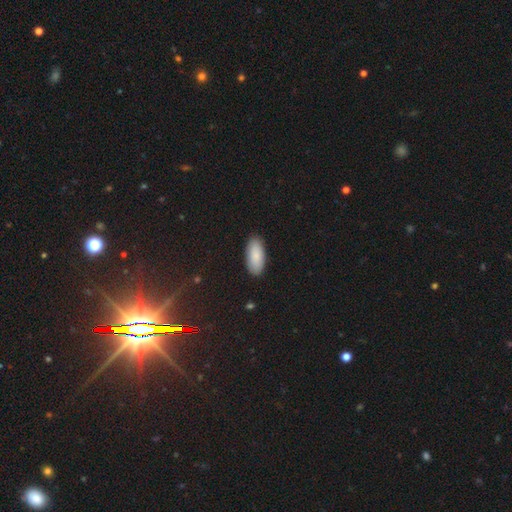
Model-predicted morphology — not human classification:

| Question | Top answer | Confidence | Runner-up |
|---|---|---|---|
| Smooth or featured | smooth | 88% | featured or disk (6%) |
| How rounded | in between | 90% | cigar-shaped (8%) |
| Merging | none | 89% | minor disturbance (8%) |